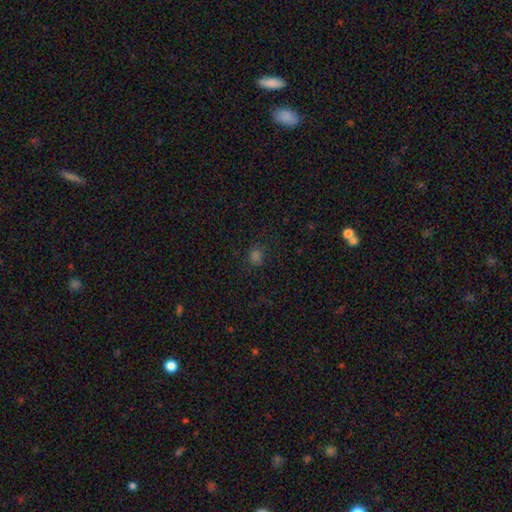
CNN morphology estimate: Overall: smooth (69%). How rounded: round (73%). Merging: none (79%).